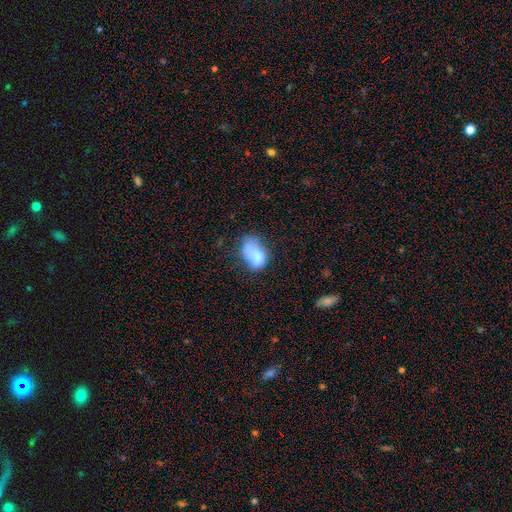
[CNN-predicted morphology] type=smooth (67%); roundness=in between (84%); merging=major disturbance (27%).